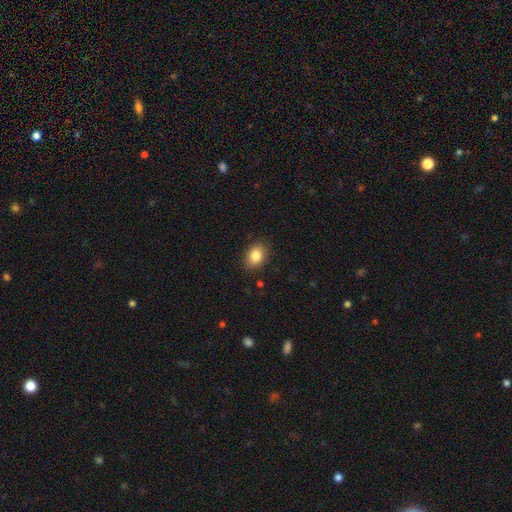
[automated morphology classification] Smooth or featured?
  - smooth: 85% *
  - star or artifact: 8%
  - featured or disk: 7%
How rounded?
  - in between: 77% *
  - round: 22%
  - cigar-shaped: 1%
Merging?
  - none: 85% *
  - minor disturbance: 11%
  - major disturbance: 3%
  - merger: 1%